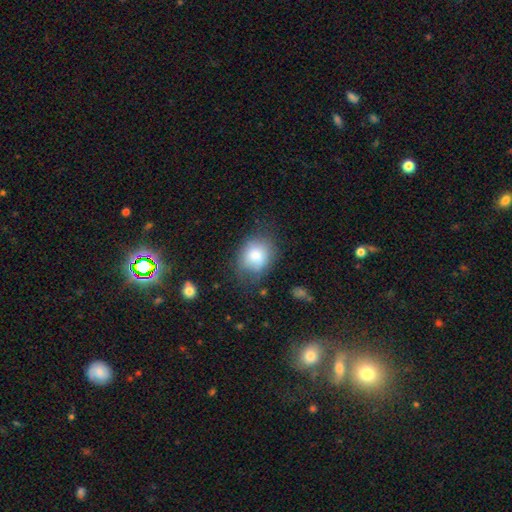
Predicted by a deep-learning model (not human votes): Q: Smooth or featured?
A: smooth (81%); runner-up: featured or disk (11%)
Q: How rounded?
A: round (55%); runner-up: in between (44%)
Q: Merging?
A: none (62%); runner-up: minor disturbance (25%)